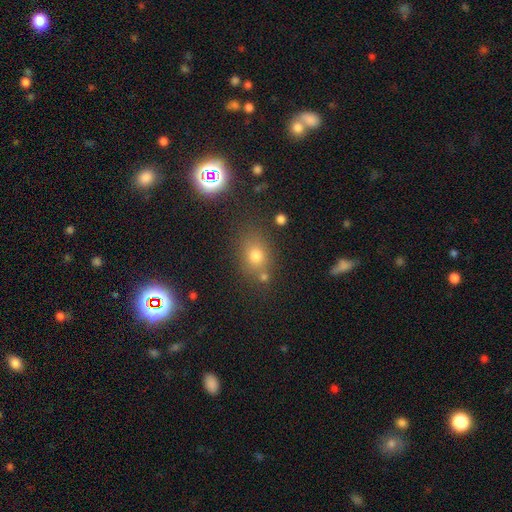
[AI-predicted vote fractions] smooth 71%, star or artifact 18%, featured or disk 12%. Down the decision tree: how rounded — in between (52%); merging — none (70%).